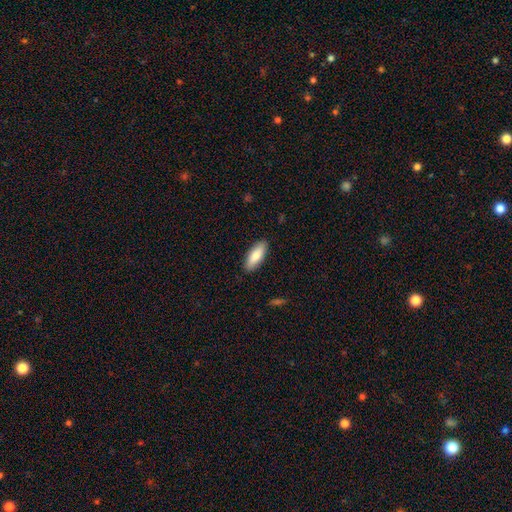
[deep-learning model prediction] Overall: smooth (82%). How rounded: in between (72%). Merging: none (88%).